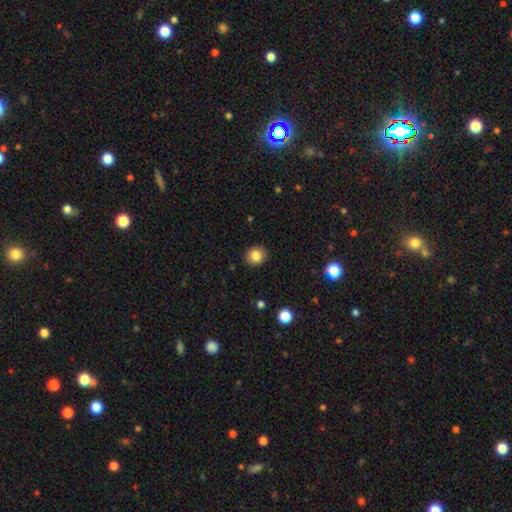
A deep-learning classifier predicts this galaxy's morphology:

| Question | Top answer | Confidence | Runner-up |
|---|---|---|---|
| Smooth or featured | smooth | 85% | star or artifact (10%) |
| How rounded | round | 79% | in between (20%) |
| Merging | none | 90% | minor disturbance (7%) |